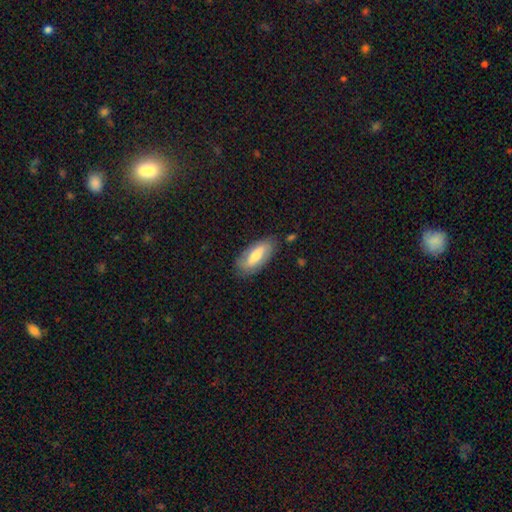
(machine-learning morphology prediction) smooth_or_featured: smooth (p=0.54) [alt: featured or disk p=0.39]
how_rounded: in between (p=0.80) [alt: cigar-shaped p=0.18]
merging: none (p=0.80) [alt: minor disturbance p=0.15]